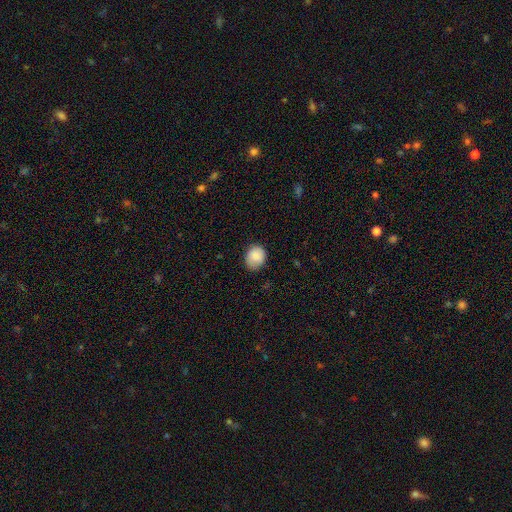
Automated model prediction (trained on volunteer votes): smooth-or-featured: smooth: 87% | star or artifact: 8% | featured or disk: 5%
  how-rounded: round: 60% | in between: 39% | cigar-shaped: 1%
  merging: none: 76% | minor disturbance: 19% | major disturbance: 4% | merger: 1%